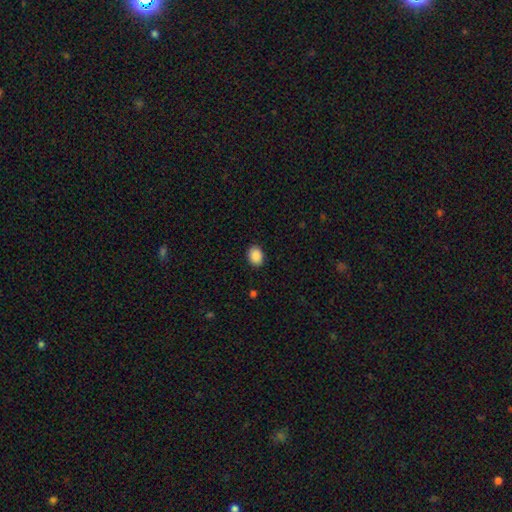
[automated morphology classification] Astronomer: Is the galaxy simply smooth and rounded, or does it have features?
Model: smooth — 89%.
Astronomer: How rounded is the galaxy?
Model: in between — 66%.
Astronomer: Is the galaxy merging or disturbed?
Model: none — 89%.